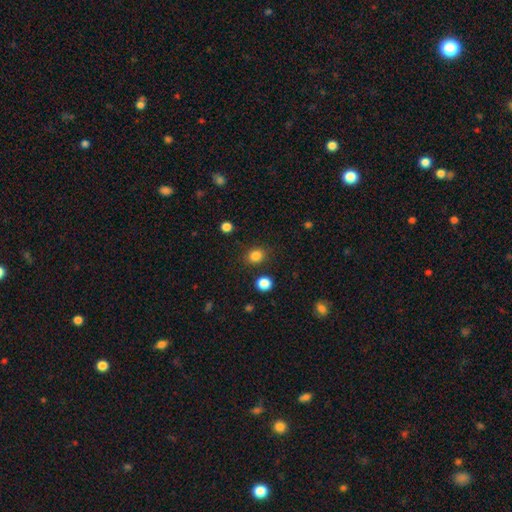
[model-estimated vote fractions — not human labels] The model was most divided on "how rounded": round: 70%, in between: 29%, cigar-shaped: 1%. More confident: merging — none (85%); smooth or featured — smooth (84%).